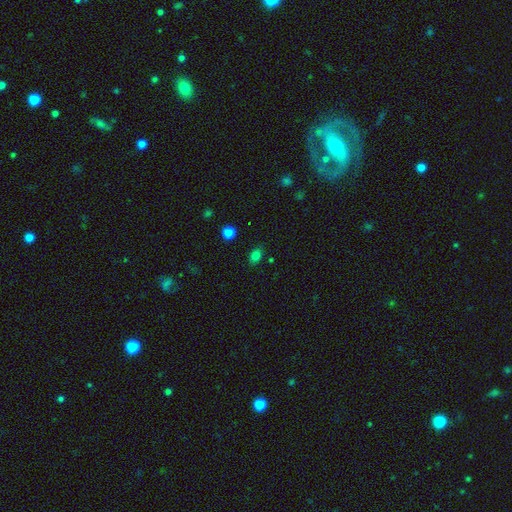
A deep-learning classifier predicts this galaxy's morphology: This appears to be a smooth galaxy with no disk features (80%) that is in between round and cigar-shaped (68%). Merging: none (84%).